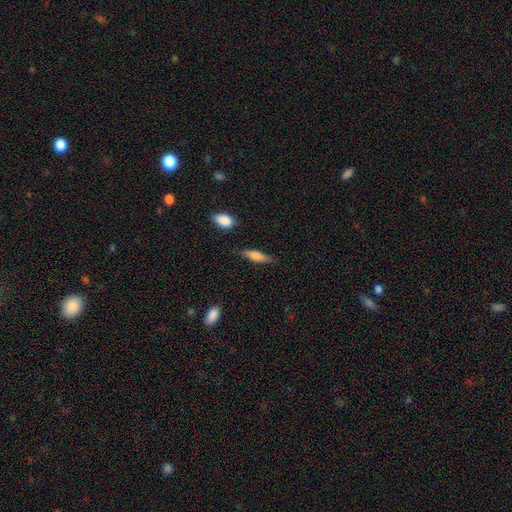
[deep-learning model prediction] Morphology: type=smooth (68%); roundness=cigar-shaped (67%); merging=none (79%).